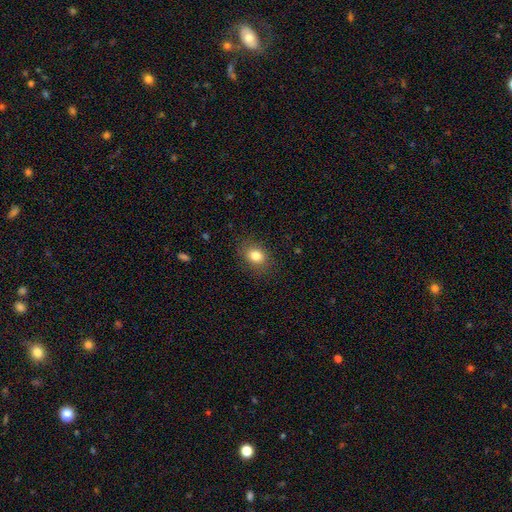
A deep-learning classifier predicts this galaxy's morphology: The model was most divided on "how rounded": in between: 53%, round: 46%, cigar-shaped: 1%. More confident: merging — none (85%); smooth or featured — smooth (83%).